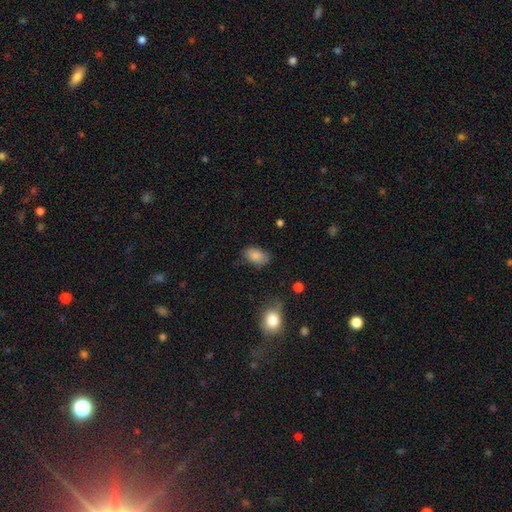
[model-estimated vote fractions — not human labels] Q: Smooth or featured?
A: smooth (85%); runner-up: star or artifact (8%)
Q: How rounded?
A: in between (89%); runner-up: round (10%)
Q: Merging?
A: none (71%); runner-up: minor disturbance (22%)